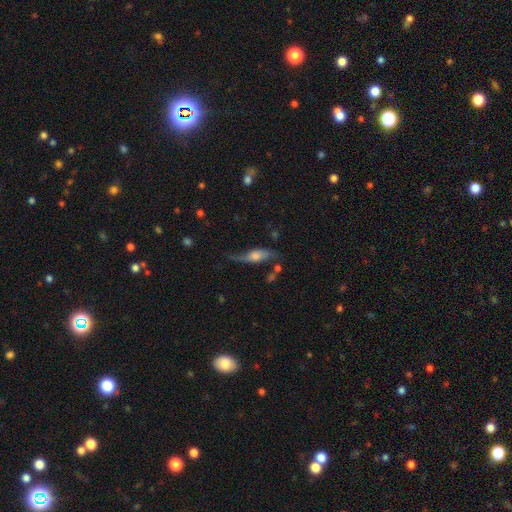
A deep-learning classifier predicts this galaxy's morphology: type=featured or disk (67%); edge-on=yes (61%); merging=none (58%).